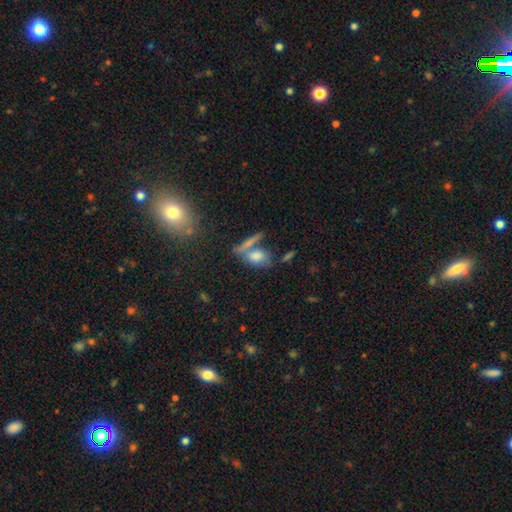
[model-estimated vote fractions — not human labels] Morphology: type=smooth (70%); roundness=in between (74%); merging=none (49%).